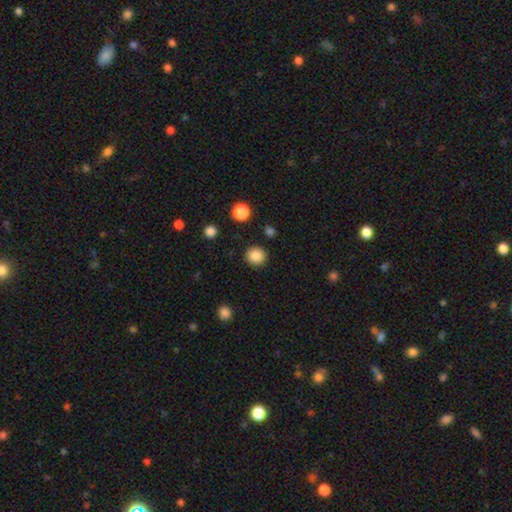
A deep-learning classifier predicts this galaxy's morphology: This appears to be a smooth galaxy with no disk features (86%) that is round (93%). Merging: none (90%).